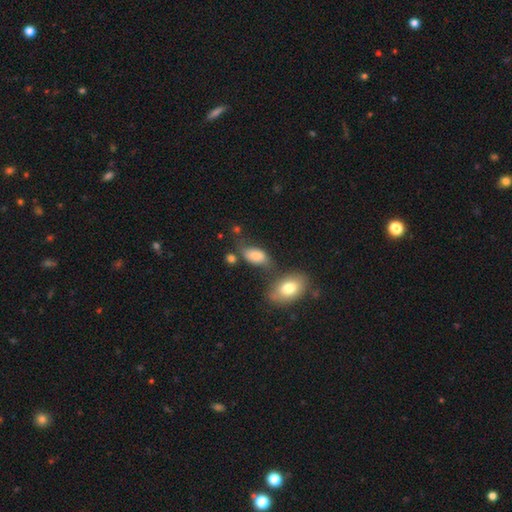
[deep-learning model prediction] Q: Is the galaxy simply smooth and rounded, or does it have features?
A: smooth — 78%.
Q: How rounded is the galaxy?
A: in between — 91%.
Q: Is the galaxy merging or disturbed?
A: none — 47%.